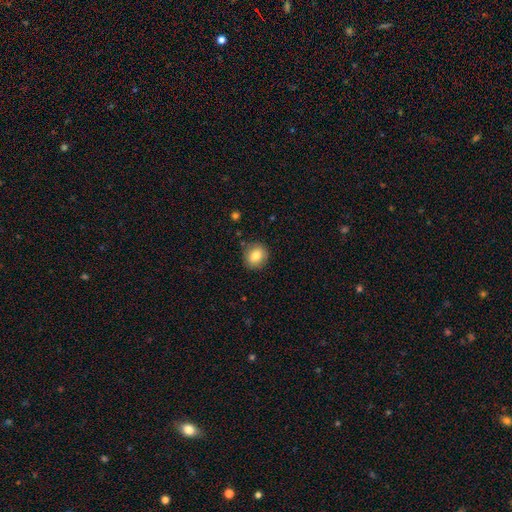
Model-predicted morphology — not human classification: Q: Smooth or featured?
A: smooth (81%); runner-up: featured or disk (9%)
Q: How rounded?
A: round (82%); runner-up: in between (17%)
Q: Merging?
A: none (87%); runner-up: minor disturbance (9%)